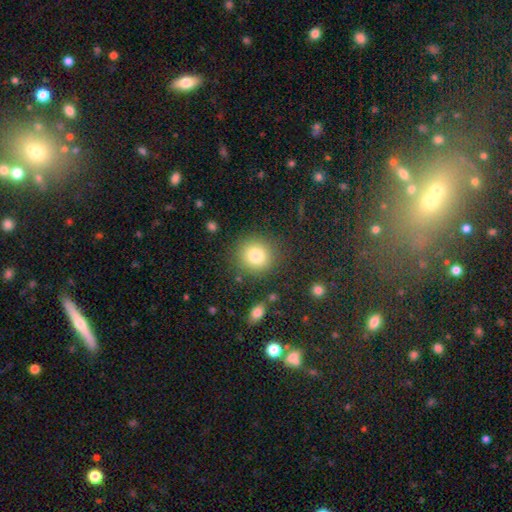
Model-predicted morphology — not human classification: smooth 81%, star or artifact 11%, featured or disk 8%. Down the decision tree: how rounded — round (89%); merging — none (85%).